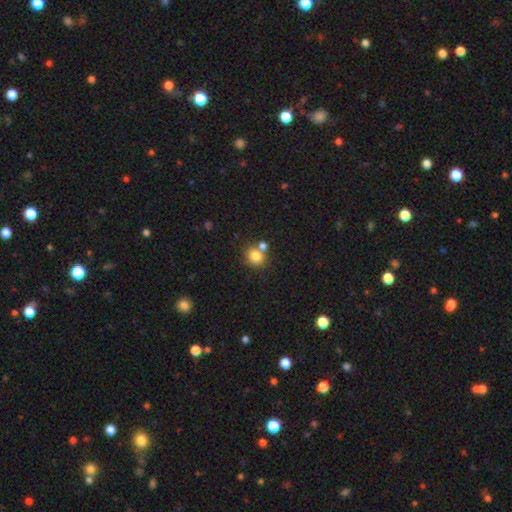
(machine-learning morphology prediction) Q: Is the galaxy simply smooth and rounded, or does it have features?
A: smooth — 81%.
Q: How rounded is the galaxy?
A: round — 79%.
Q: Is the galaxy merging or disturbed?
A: none — 59%.